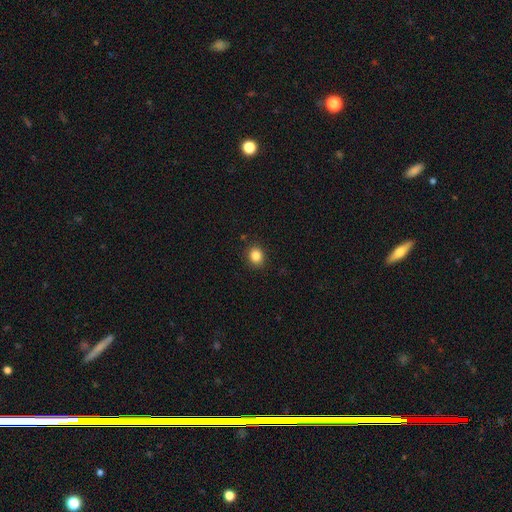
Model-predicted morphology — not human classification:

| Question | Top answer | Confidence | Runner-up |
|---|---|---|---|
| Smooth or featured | smooth | 85% | star or artifact (10%) |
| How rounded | round | 63% | in between (36%) |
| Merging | none | 89% | minor disturbance (8%) |